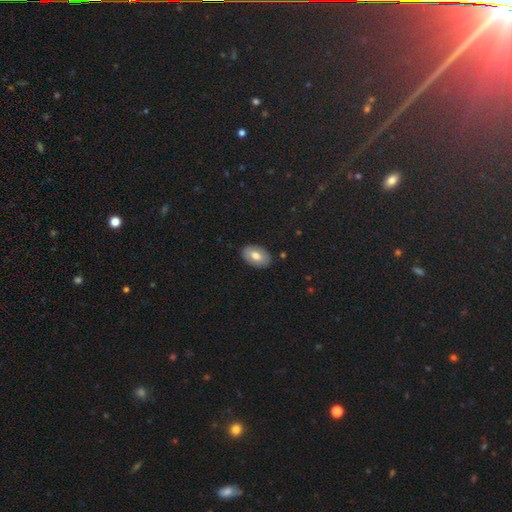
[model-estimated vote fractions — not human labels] Overall: smooth (72%). How rounded: in between (90%). Merging: none (87%).